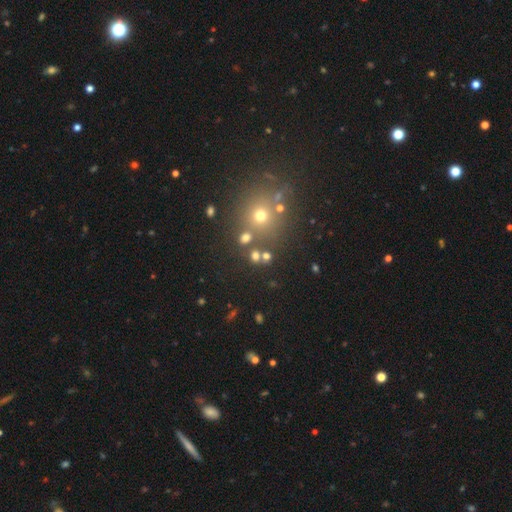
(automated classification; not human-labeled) Smooth or featured? Predicted: smooth (p=0.64). How rounded? Predicted: round (p=0.83). Merging? Predicted: none (p=0.69).